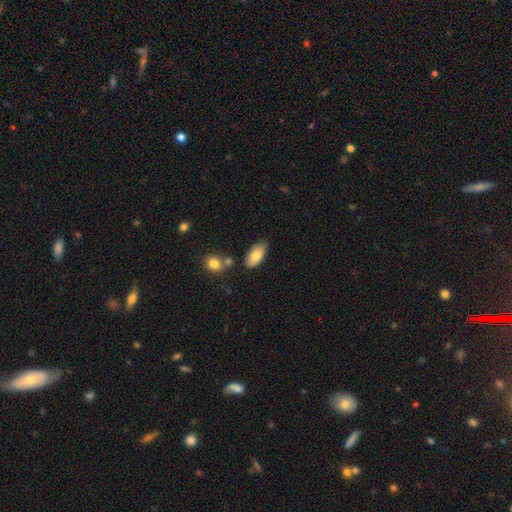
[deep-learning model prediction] The model was most divided on "merging": none: 70%, minor disturbance: 19%, merger: 7%, major disturbance: 4%. More confident: how rounded — in between (91%); smooth or featured — smooth (80%).